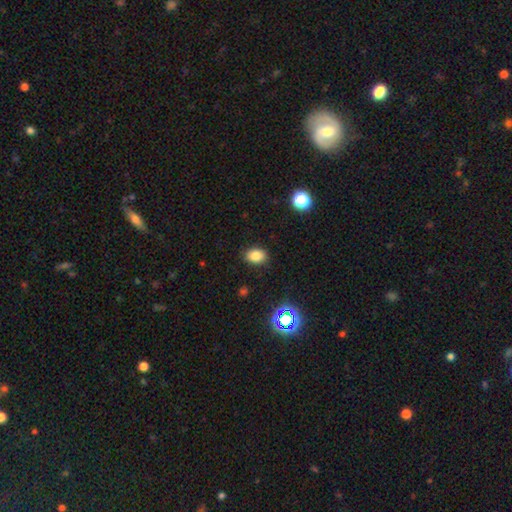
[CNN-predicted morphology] smooth 81%, star or artifact 13%, featured or disk 6%. Down the decision tree: how rounded — in between (74%); merging — none (87%).